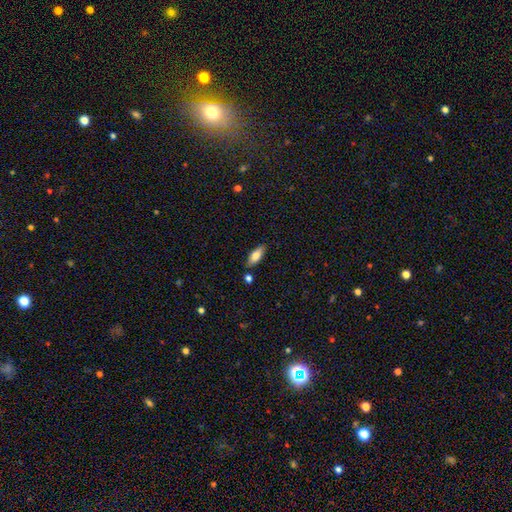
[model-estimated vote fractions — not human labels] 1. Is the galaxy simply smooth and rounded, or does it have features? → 75% smooth, 18% featured or disk, 7% star or artifact.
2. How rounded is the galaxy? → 75% in between, 22% cigar-shaped, 2% round.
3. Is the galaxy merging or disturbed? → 81% none, 12% minor disturbance, 4% merger, 3% major disturbance.